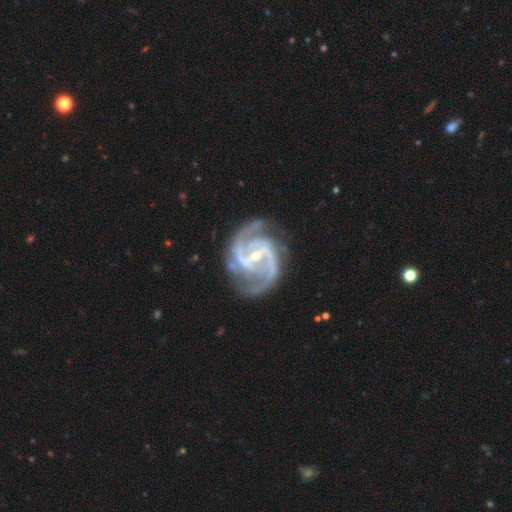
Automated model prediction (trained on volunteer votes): Smooth or featured? Predicted: featured or disk (p=0.94). Edge-on disk? Predicted: no (p=0.98). Bar? Predicted: strong (p=0.49). Spiral arms? Predicted: yes (p=0.99). Spiral winding? Predicted: medium (p=0.62). Spiral arm count? Predicted: 2 (p=0.72). Bulge size? Predicted: small (p=0.69). Merging? Predicted: none (p=0.74).